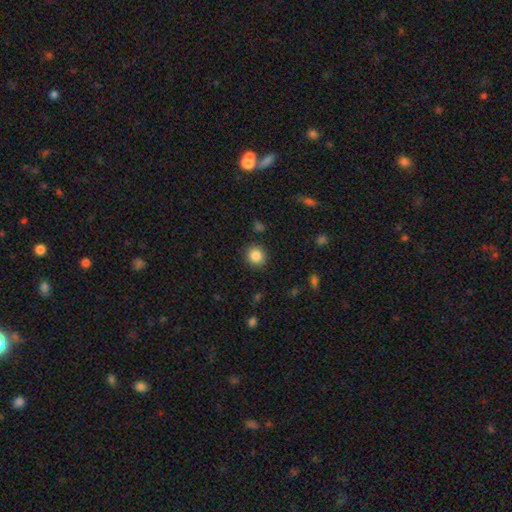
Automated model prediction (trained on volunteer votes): This appears to be a smooth galaxy with no disk features (86%) that is round (88%). Merging: none (89%).